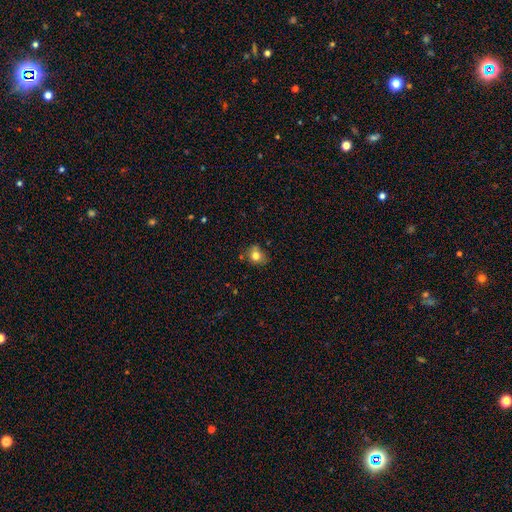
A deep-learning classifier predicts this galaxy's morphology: This is likely a smooth galaxy (78%). How rounded: likely round (66%). Merging: likely none (67%).